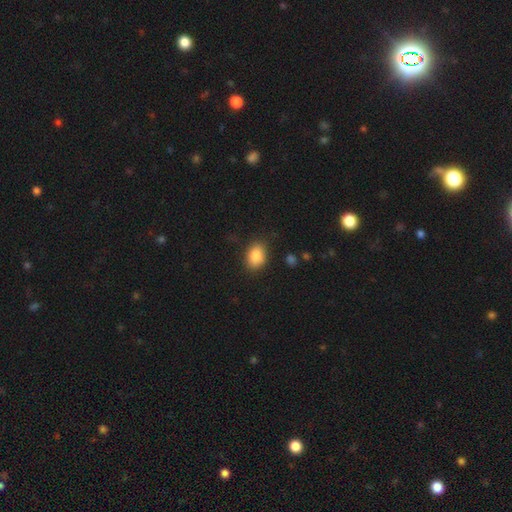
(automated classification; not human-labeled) Smooth or featured? smooth (87%)
How rounded? in between (77%)
Merging? none (83%)